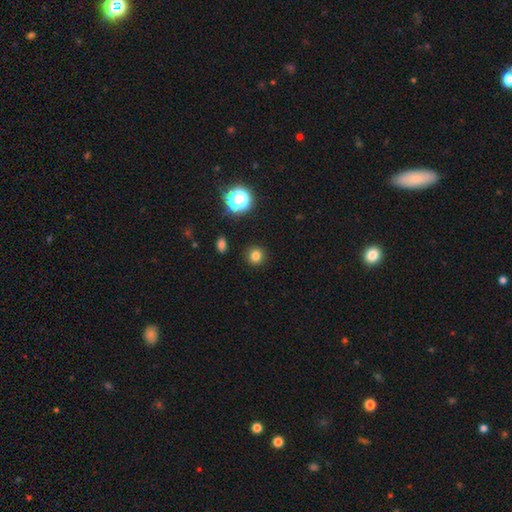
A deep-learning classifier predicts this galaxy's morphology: The model was most divided on "smooth or featured": smooth: 80%, star or artifact: 15%, featured or disk: 5%. More confident: merging — none (91%); how rounded — round (90%).